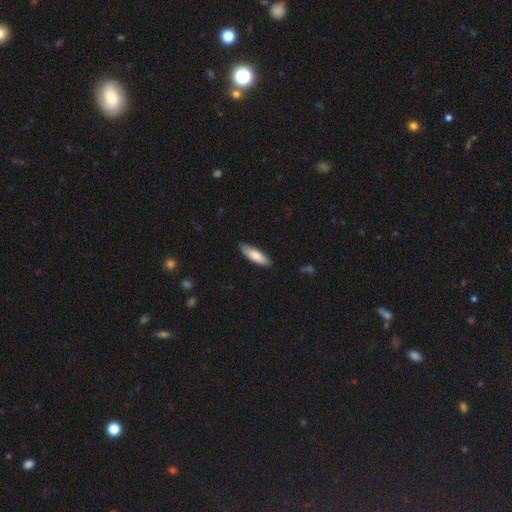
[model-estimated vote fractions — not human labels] smooth_or_featured: smooth (p=0.79) [alt: featured or disk p=0.15]
how_rounded: cigar-shaped (p=0.52) [alt: in between p=0.46]
merging: none (p=0.87) [alt: minor disturbance p=0.10]